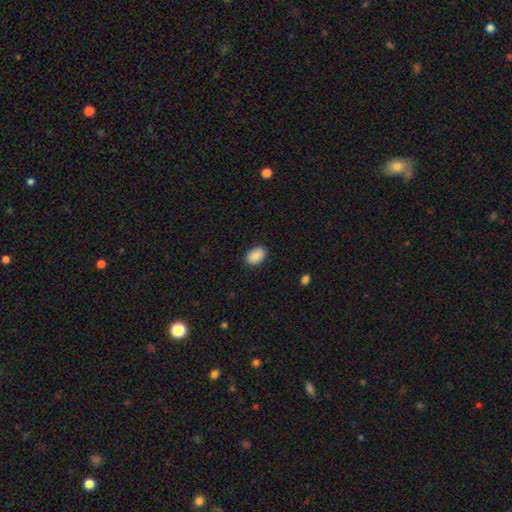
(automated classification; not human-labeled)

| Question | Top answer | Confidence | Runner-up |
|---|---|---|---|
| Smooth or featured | smooth | 89% | star or artifact (7%) |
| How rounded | in between | 86% | round (13%) |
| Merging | none | 89% | minor disturbance (8%) |